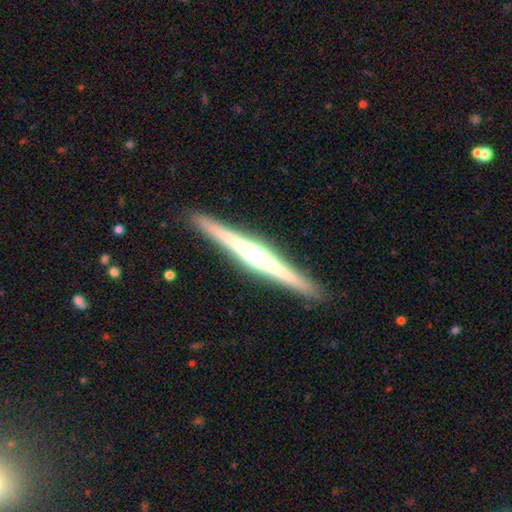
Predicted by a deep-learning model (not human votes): Smooth or featured? Predicted: featured or disk (p=0.77). Edge-on disk? Predicted: yes (p=0.98). Edge-on bulge? Predicted: rounded (p=0.79). Merging? Predicted: none (p=0.92).